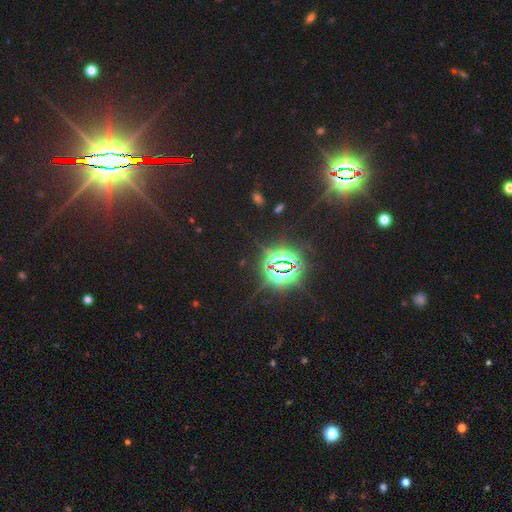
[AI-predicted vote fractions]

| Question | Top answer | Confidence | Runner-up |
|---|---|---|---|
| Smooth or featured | star or artifact | 80% | smooth (11%) |